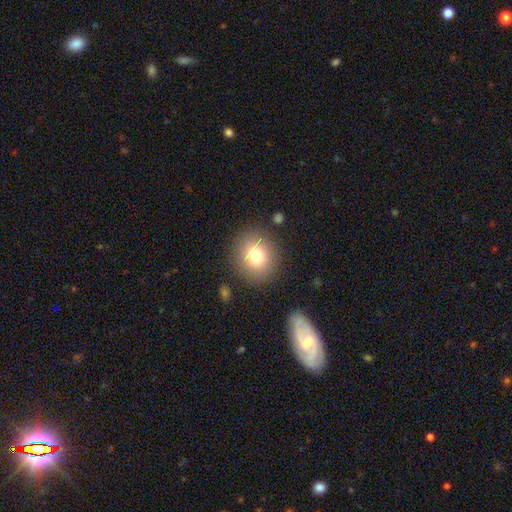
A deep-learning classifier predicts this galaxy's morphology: smooth-or-featured: smooth: 78% | featured or disk: 11% | star or artifact: 11%
  how-rounded: round: 78% | in between: 21% | cigar-shaped: 1%
  merging: none: 85% | minor disturbance: 9% | major disturbance: 4% | merger: 2%